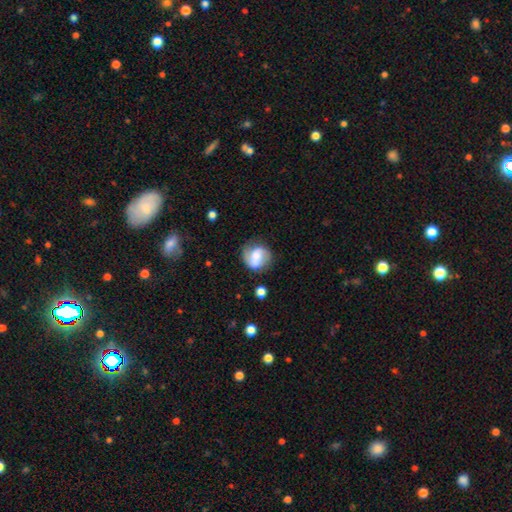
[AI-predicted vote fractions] Overall: smooth (46%; featured or disk 45%). Merging: none (62%; minor disturbance 23%).